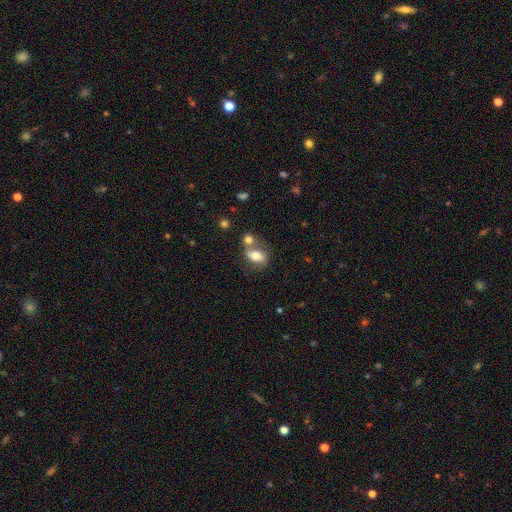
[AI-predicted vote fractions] This appears to be a smooth galaxy with no disk features (67%) that is in between round and cigar-shaped (75%). Merging: none (42%).